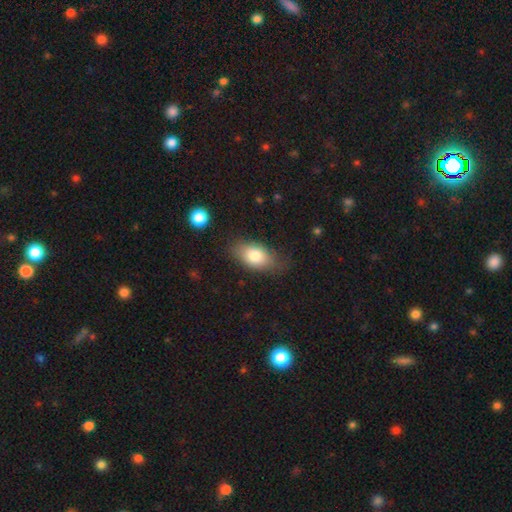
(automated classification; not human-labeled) This appears to be a smooth galaxy with no disk features (79%) that is in between round and cigar-shaped (89%). Merging: none (78%).